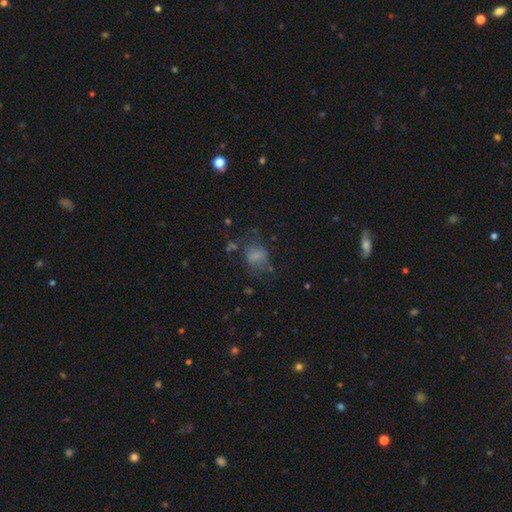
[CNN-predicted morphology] Smooth or featured: smooth — 63% (featured or disk — 23%)
How rounded: in between — 54% (round — 45%)
Merging: none — 44% (major disturbance — 27%)